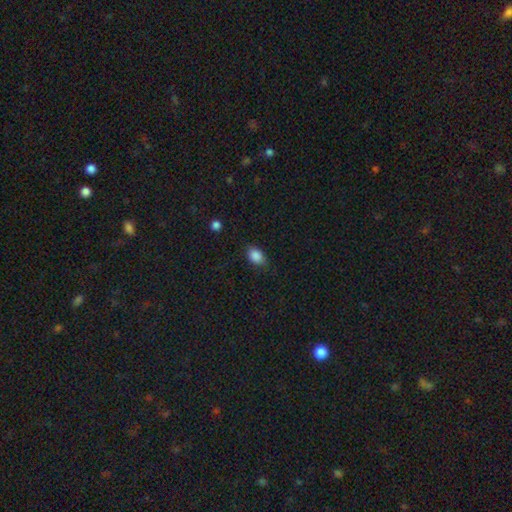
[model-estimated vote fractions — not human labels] A smooth galaxy with no disk features (87%) that is in between round and cigar-shaped (81%). Merging: none (79%).